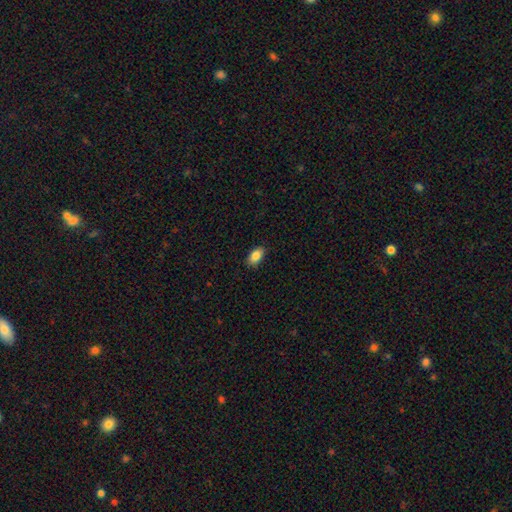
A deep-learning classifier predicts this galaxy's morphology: Smooth or featured: smooth — 86% (star or artifact — 8%)
How rounded: in between — 91% (round — 7%)
Merging: none — 86% (minor disturbance — 11%)